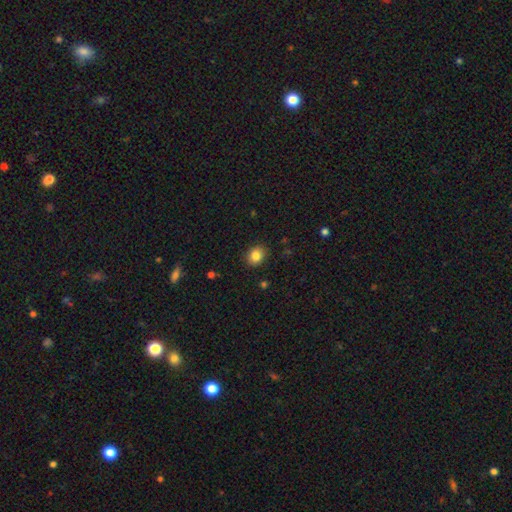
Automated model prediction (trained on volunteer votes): Smooth or featured? Predicted: smooth (p=0.85). How rounded? Predicted: round (p=0.55). Merging? Predicted: none (p=0.88).